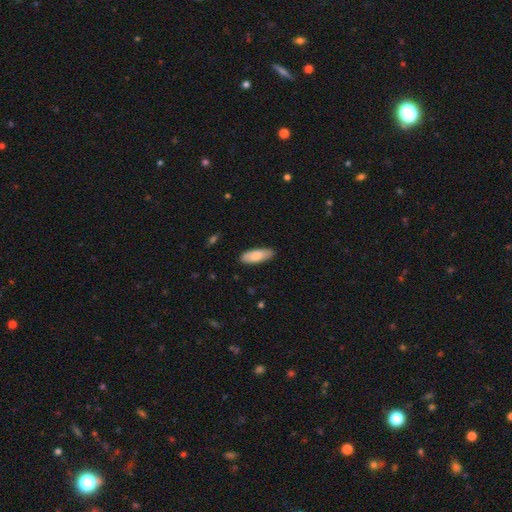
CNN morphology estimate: smooth_or_featured: smooth (p=0.84) [alt: featured or disk p=0.11]
how_rounded: in between (p=0.69) [alt: cigar-shaped p=0.30]
merging: none (p=0.86) [alt: minor disturbance p=0.11]